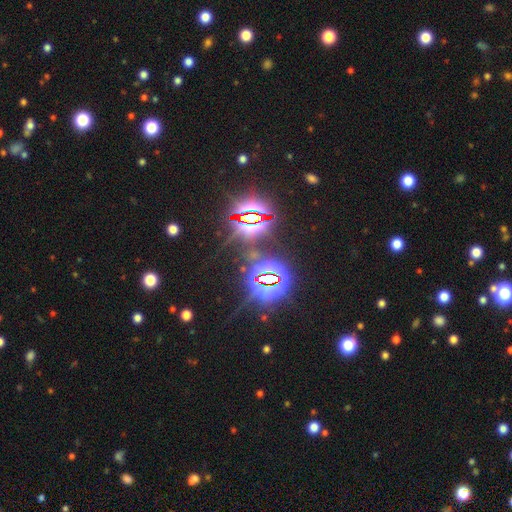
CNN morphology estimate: Smooth or featured?
  - star or artifact: 84% *
  - smooth: 10%
  - featured or disk: 6%